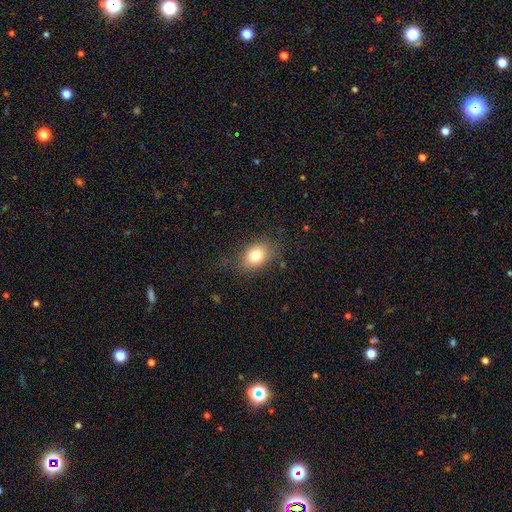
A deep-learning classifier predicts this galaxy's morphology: The model was most divided on "how rounded": in between: 68%, round: 31%, cigar-shaped: 1%. More confident: smooth or featured — smooth (78%); merging — none (76%).